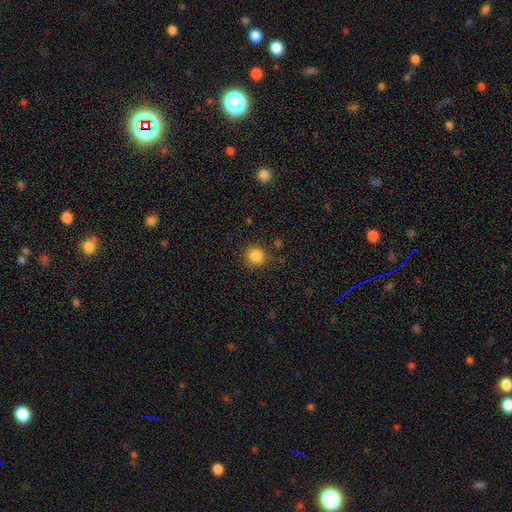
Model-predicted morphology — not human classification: Overall: smooth (84%). How rounded: round (87%). Merging: none (85%).